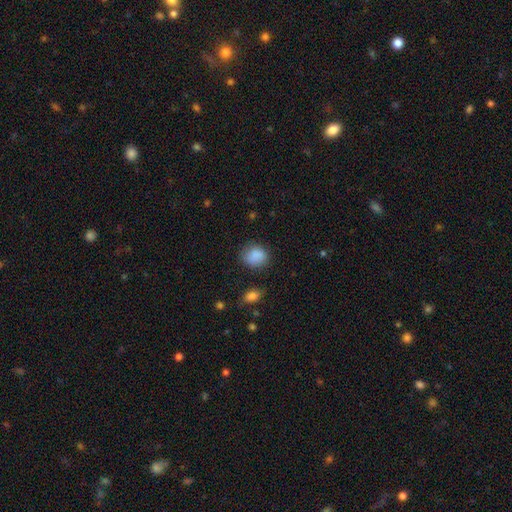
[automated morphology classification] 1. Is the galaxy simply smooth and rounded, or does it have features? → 86% smooth, 9% star or artifact, 5% featured or disk.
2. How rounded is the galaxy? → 65% round, 34% in between, 1% cigar-shaped.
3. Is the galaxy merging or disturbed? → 75% none, 18% minor disturbance, 5% major disturbance, 2% merger.